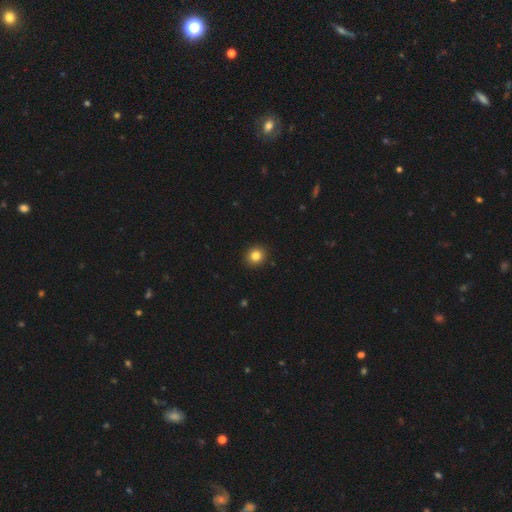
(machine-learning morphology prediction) A smooth galaxy with no disk features (84%) that is round (82%). Merging: none (92%).